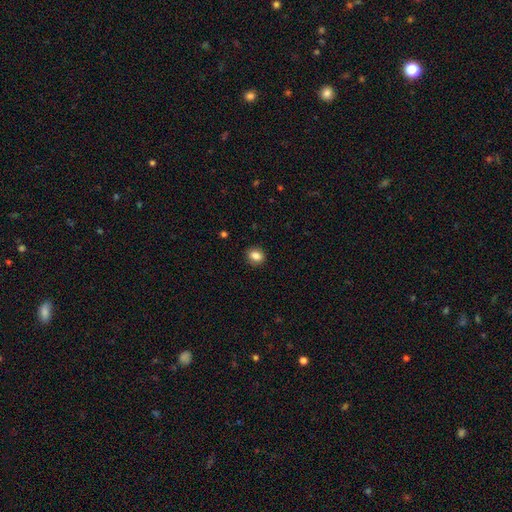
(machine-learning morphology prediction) smooth 85%, star or artifact 10%, featured or disk 6%. Down the decision tree: how rounded — round (64%); merging — none (90%).